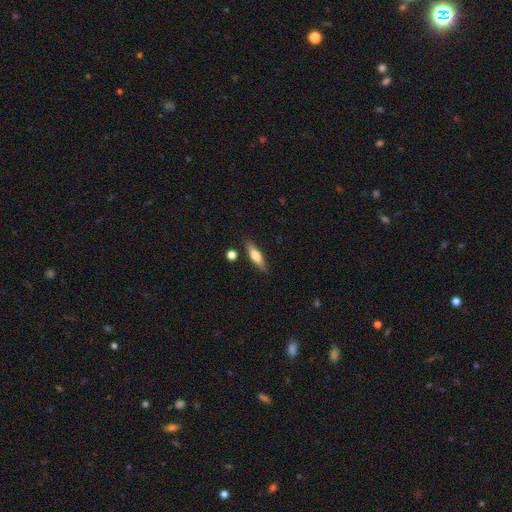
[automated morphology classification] Smooth or featured? Predicted: smooth (p=0.59). How rounded? Predicted: cigar-shaped (p=0.63). Merging? Predicted: none (p=0.84).